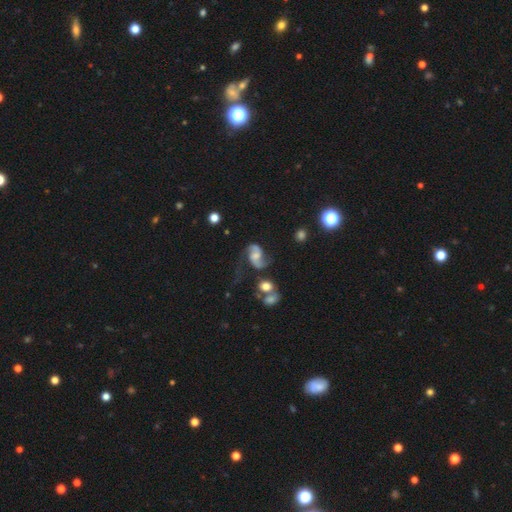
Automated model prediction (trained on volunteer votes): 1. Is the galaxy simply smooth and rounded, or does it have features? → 84% featured or disk, 9% smooth, 7% star or artifact.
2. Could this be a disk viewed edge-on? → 98% no, 2% yes.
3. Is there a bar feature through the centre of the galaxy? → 49% no, 40% weak, 11% strong.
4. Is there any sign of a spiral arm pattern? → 96% yes, 4% no.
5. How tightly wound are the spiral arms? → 55% loose, 37% medium, 8% tight.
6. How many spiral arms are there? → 92% 2, 3% can't tell, 3% 1, 1% 3, 1% 4, 1% more than 4.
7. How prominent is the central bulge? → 40% moderate, 33% small, 16% none, 9% large, 2% dominant.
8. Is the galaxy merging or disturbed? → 56% none, 18% minor disturbance, 15% major disturbance, 10% merger.